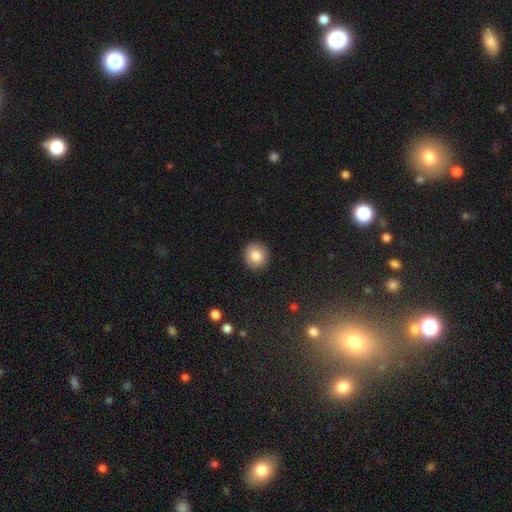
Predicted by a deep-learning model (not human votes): smooth_or_featured: smooth (p=0.83) [alt: featured or disk p=0.08]
how_rounded: round (p=0.88) [alt: in between p=0.11]
merging: none (p=0.91) [alt: minor disturbance p=0.06]